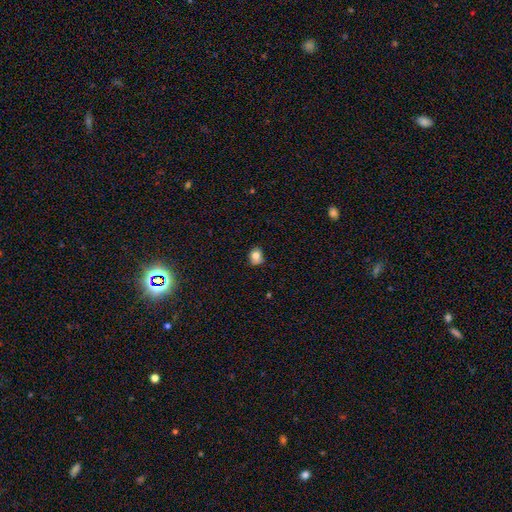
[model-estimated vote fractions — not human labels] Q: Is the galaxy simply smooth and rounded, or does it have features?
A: smooth — 78%.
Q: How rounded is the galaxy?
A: round — 61%.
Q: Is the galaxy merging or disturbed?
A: none — 66%.